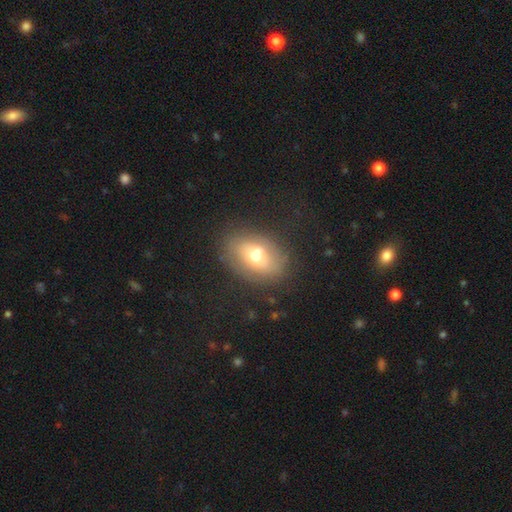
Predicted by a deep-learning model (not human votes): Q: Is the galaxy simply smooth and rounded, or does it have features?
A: smooth — 62%.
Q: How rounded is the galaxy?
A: in between — 81%.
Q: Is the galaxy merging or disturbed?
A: none — 70%.